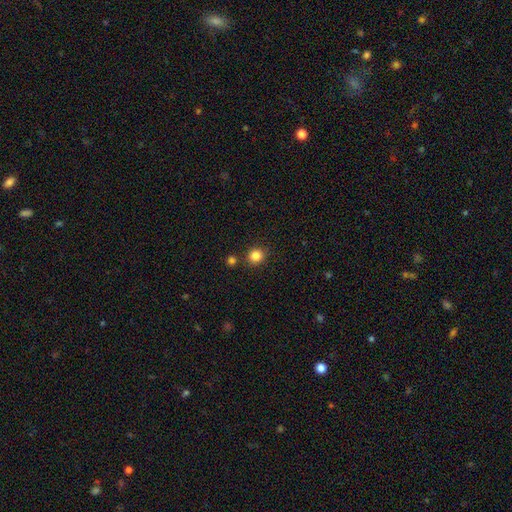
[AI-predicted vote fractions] smooth-or-featured: smooth: 84% | star or artifact: 12% | featured or disk: 4%
  how-rounded: round: 89% | in between: 11% | cigar-shaped: 1%
  merging: none: 85% | minor disturbance: 7% | merger: 6% | major disturbance: 2%